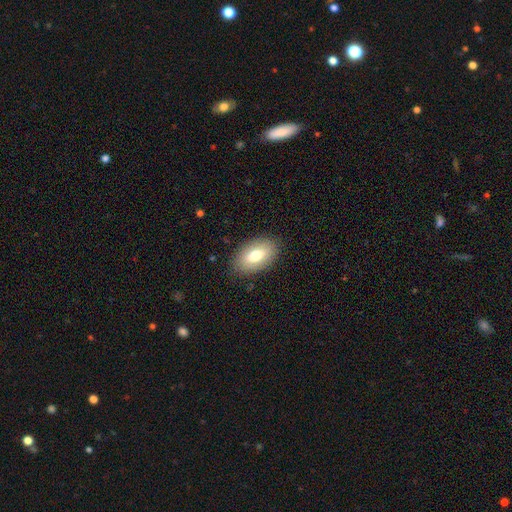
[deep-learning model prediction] Overall: smooth (74%). How rounded: in between (93%). Merging: none (86%).